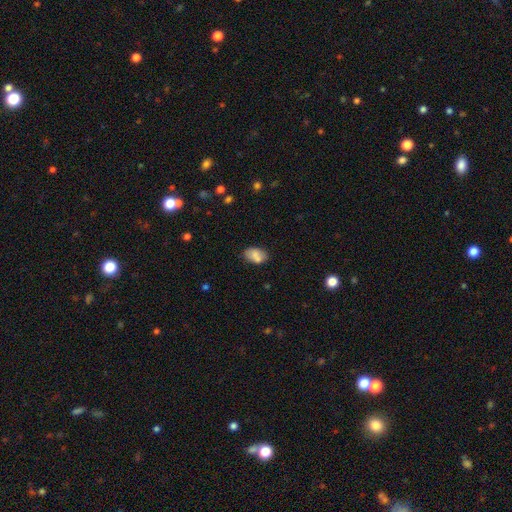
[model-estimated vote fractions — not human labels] A smooth galaxy with no disk features (77%) that is in between round and cigar-shaped (87%).

Vote fractions:
- Smooth or featured? smooth: 77% / featured or disk: 15% / star or artifact: 8%
- How rounded? in between: 87% / round: 12% / cigar-shaped: 1%
- Merging? none: 63% / minor disturbance: 19% / merger: 14% / major disturbance: 5%